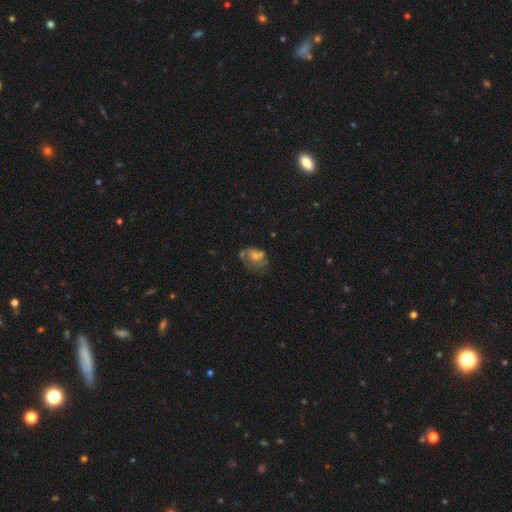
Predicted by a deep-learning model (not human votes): smooth_or_featured: featured or disk (p=0.44) [alt: smooth p=0.40]
merging: none (p=0.44) [alt: minor disturbance p=0.26]